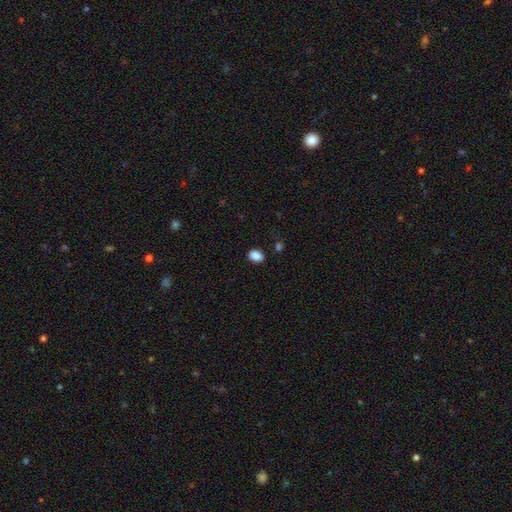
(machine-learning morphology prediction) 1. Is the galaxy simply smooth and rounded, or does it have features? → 88% smooth, 9% star or artifact, 3% featured or disk.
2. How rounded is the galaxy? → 70% in between, 29% round, 1% cigar-shaped.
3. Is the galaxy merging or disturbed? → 86% none, 10% minor disturbance, 3% major disturbance, 2% merger.